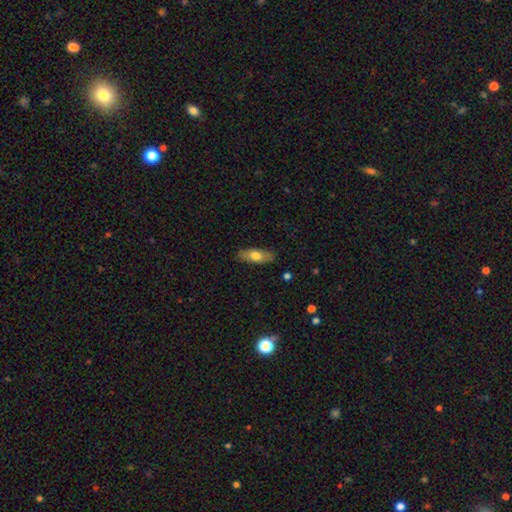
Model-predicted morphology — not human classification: This appears to be a smooth galaxy with no disk features (69%) that is in between round and cigar-shaped (72%). Merging: none (87%).